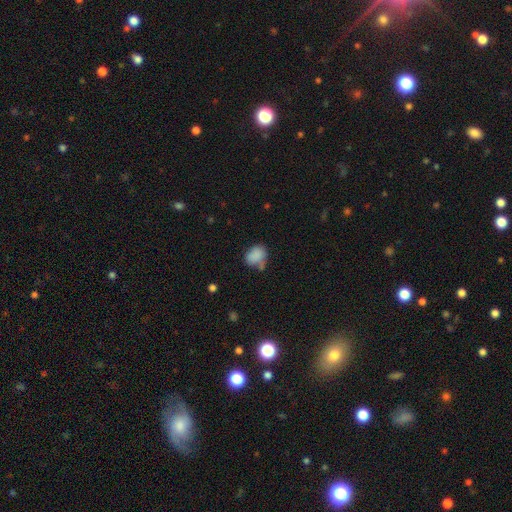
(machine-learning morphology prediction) Smooth or featured: smooth — 85% (star or artifact — 9%)
How rounded: in between — 62% (round — 37%)
Merging: none — 55% (minor disturbance — 25%)